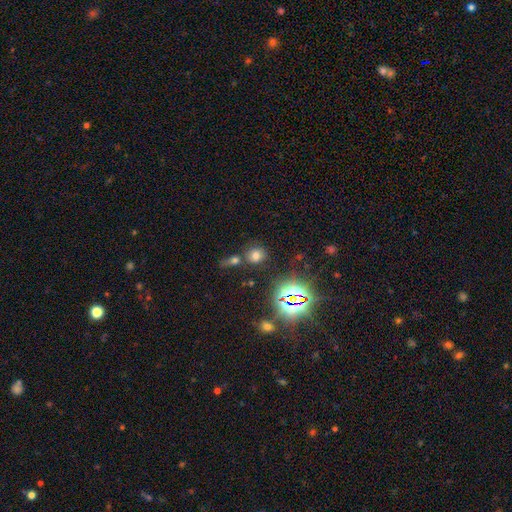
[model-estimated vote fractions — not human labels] Overall: smooth (63%; star or artifact 27%). How rounded: round (79%). Merging: none (71%).